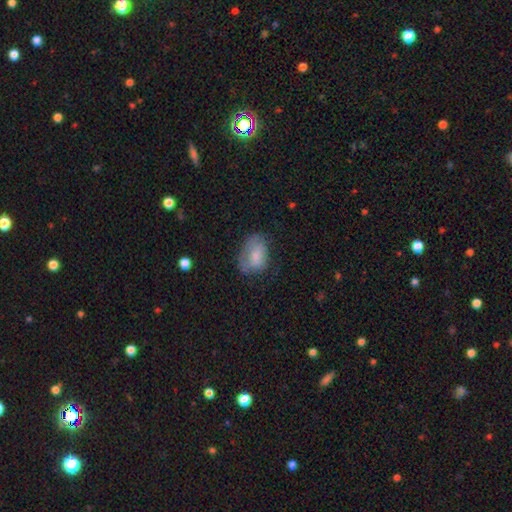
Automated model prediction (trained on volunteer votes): smooth 68%, featured or disk 23%, star or artifact 8%. Down the decision tree: how rounded — in between (83%); merging — none (48%).